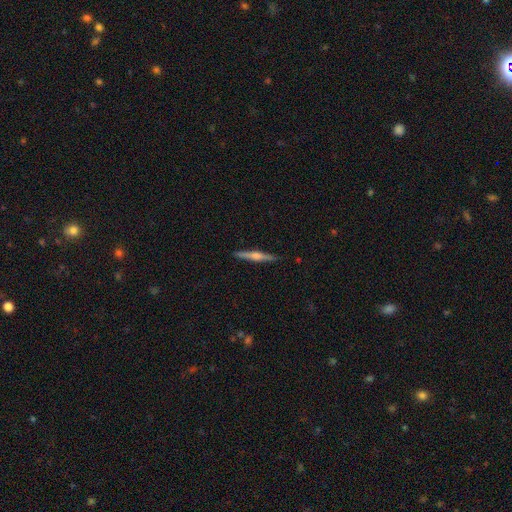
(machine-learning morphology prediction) Smooth or featured: featured or disk — 73% (smooth — 21%)
Edge-on disk: yes — 98% (no — 2%)
Edge-on bulge: rounded — 85% (boxy — 8%)
Merging: none — 92% (minor disturbance — 6%)